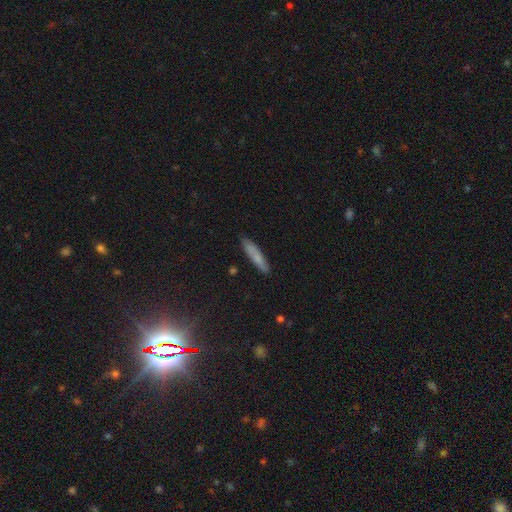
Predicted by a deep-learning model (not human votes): Smooth or featured? Predicted: smooth (p=0.71). How rounded? Predicted: cigar-shaped (p=0.87). Merging? Predicted: none (p=0.86).